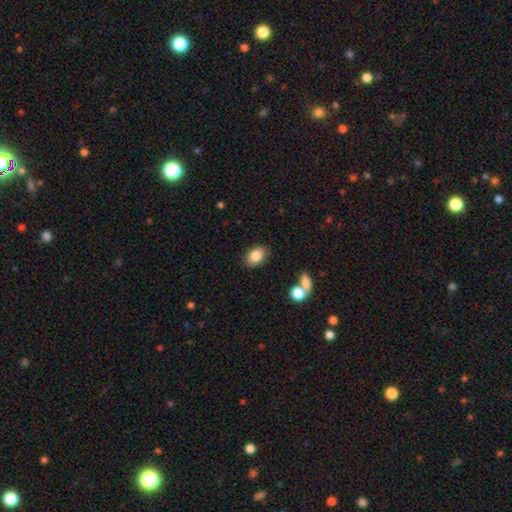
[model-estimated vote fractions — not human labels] smooth 84%, featured or disk 8%, star or artifact 8%. Down the decision tree: how rounded — in between (85%); merging — none (84%).